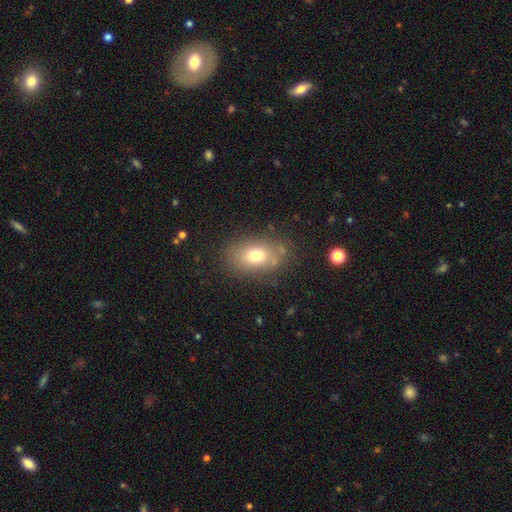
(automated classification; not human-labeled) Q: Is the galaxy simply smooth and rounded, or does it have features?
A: smooth — 73%.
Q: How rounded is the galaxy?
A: in between — 82%.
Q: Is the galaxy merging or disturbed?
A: none — 77%.